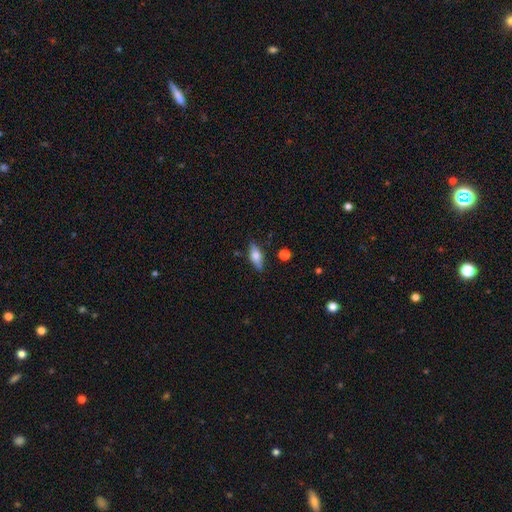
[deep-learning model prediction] Morphology: type=smooth (61%); roundness=in between (71%); merging=none (81%).